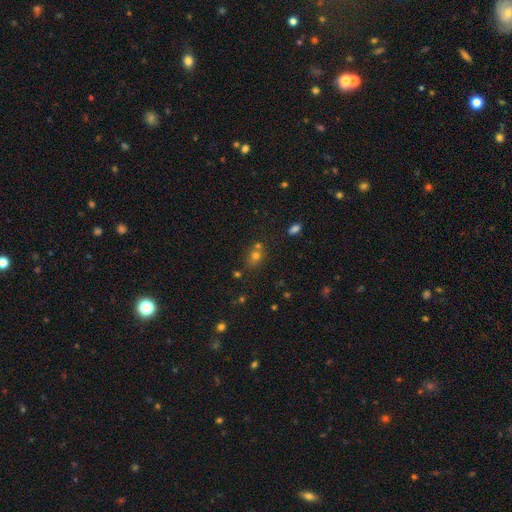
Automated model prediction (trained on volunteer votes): smooth-or-featured: smooth: 66% | star or artifact: 21% | featured or disk: 13%
  how-rounded: round: 63% | in between: 35% | cigar-shaped: 1%
  merging: none: 54% | merger: 31% | minor disturbance: 11% | major disturbance: 4%